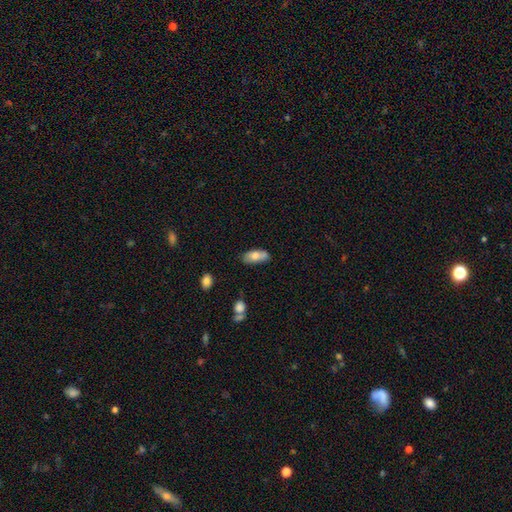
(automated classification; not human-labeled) A smooth galaxy with no disk features (74%) that is in between round and cigar-shaped (86%).

Vote fractions:
- Smooth or featured? smooth: 74% / featured or disk: 19% / star or artifact: 7%
- How rounded? in between: 86% / cigar-shaped: 11% / round: 3%
- Merging? none: 62% / minor disturbance: 23% / merger: 10% / major disturbance: 5%